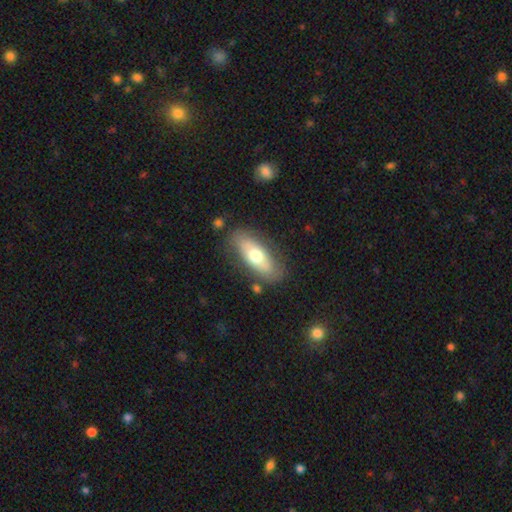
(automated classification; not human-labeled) smooth-or-featured: smooth: 57% | featured or disk: 37% | star or artifact: 6%
  how-rounded: in between: 76% | cigar-shaped: 21% | round: 3%
  merging: none: 79% | minor disturbance: 14% | major disturbance: 4% | merger: 3%